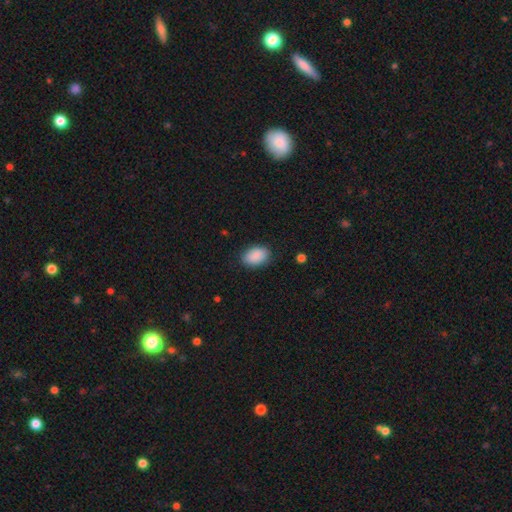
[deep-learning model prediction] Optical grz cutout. It shows a smooth galaxy with no disk features (90%) that is in between round and cigar-shaped (89%). Merging: none (84%).